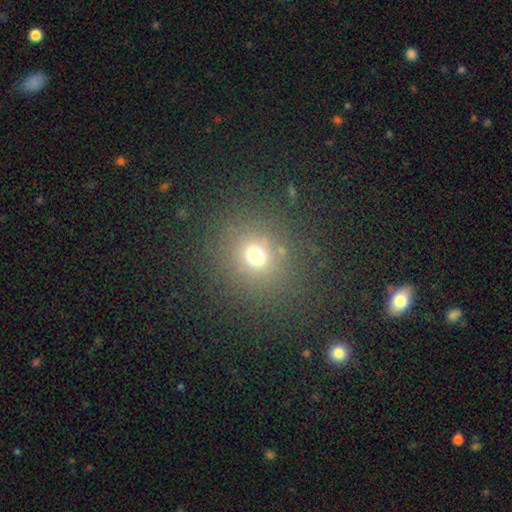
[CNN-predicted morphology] This is likely a smooth galaxy (67%). How rounded: clearly round (81%). Merging: clearly none (80%).